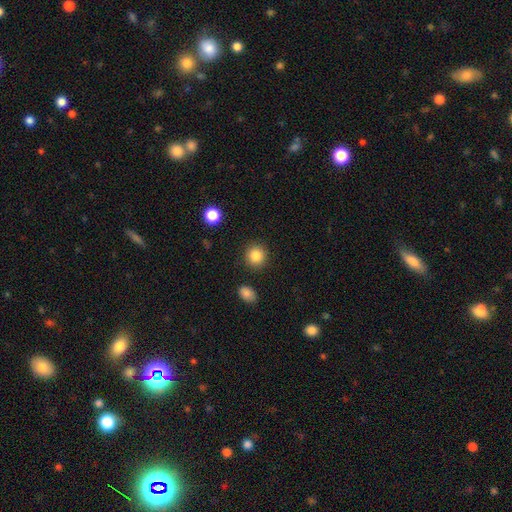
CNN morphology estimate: A smooth galaxy with no disk features (86%) that is round (91%).

Vote fractions:
- Smooth or featured? smooth: 86% / star or artifact: 10% / featured or disk: 5%
- How rounded? round: 91% / in between: 8% / cigar-shaped: 1%
- Merging? none: 90% / minor disturbance: 6% / major disturbance: 2% / merger: 2%